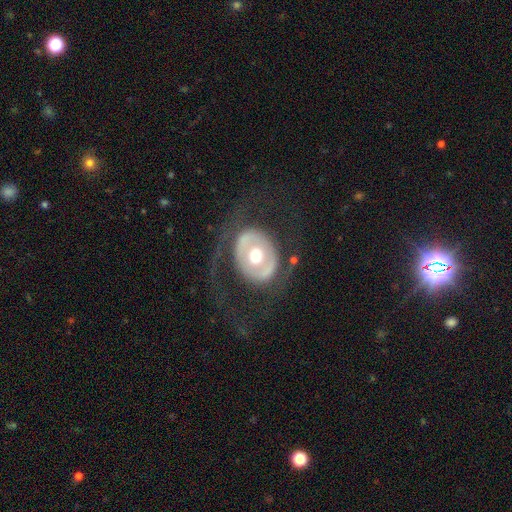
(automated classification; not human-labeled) A featured or disk galaxy (65%) with no bar (68%), no spiral arms (68%) and a moderate central bulge (71%).

Vote fractions:
- Smooth or featured? featured or disk: 65% / smooth: 29% / star or artifact: 6%
- Edge-on disk? no: 94% / yes: 6%
- Bar? no: 68% / weak: 20% / strong: 12%
- Spiral arms? no: 68% / yes: 32%
- Bulge size? moderate: 71% / large: 19% / small: 6% / dominant: 2% / none: 1%
- Merging? none: 62% / major disturbance: 23% / minor disturbance: 13% / merger: 2%